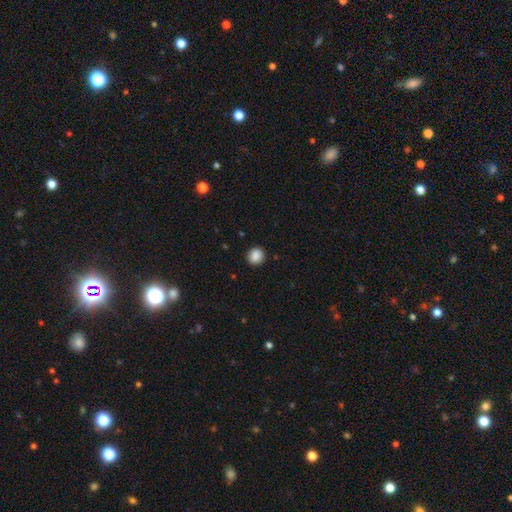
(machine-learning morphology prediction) Smooth or featured? smooth (88%)
How rounded? round (88%)
Merging? none (91%)